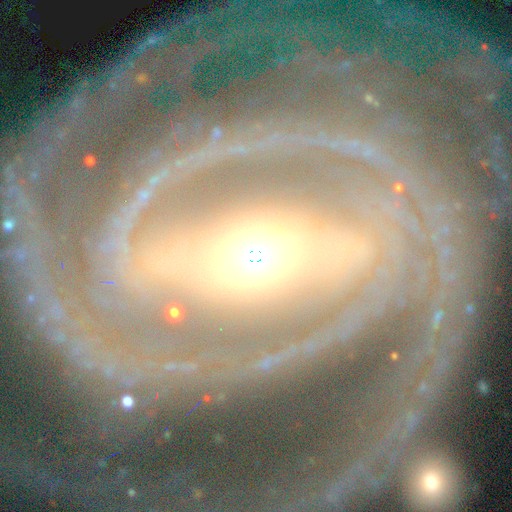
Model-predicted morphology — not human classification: Smooth or featured?
  - featured or disk: 89% *
  - star or artifact: 6%
  - smooth: 5%
Edge-on disk?
  - no: 92% *
  - yes: 8%
Bar?
  - strong: 64% *
  - weak: 21%
  - no: 15%
Spiral arms?
  - yes: 86% *
  - no: 14%
Spiral winding?
  - tight: 56% *
  - medium: 32%
  - loose: 12%
Spiral arm count?
  - 2: 54% *
  - can't tell: 17%
  - 3: 8%
  - 1: 7%
  - 4: 7%
  - more than 4: 7%
Bulge size?
  - moderate: 56% *
  - small: 30%
  - large: 11%
  - dominant: 2%
  - none: 2%
Merging?
  - none: 72% *
  - minor disturbance: 14%
  - major disturbance: 11%
  - merger: 3%